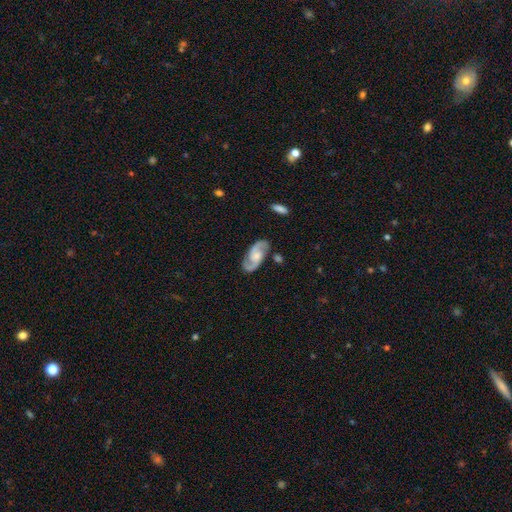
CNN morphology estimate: featured or disk 86%, smooth 9%, star or artifact 5%. Down the decision tree: edge-on disk — no (96%); bar — no (55%); spiral arms — yes (97%); spiral arm count — 2 (93%); spiral winding — medium (55%); bulge size — moderate (40%); merging — none (81%).